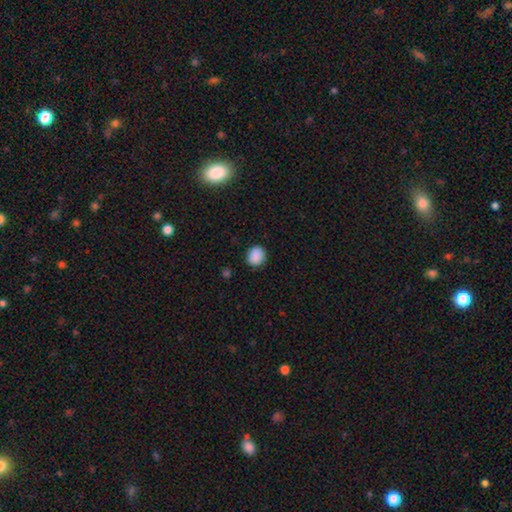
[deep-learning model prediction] Overall: smooth (88%). How rounded: round (76%). Merging: none (87%).